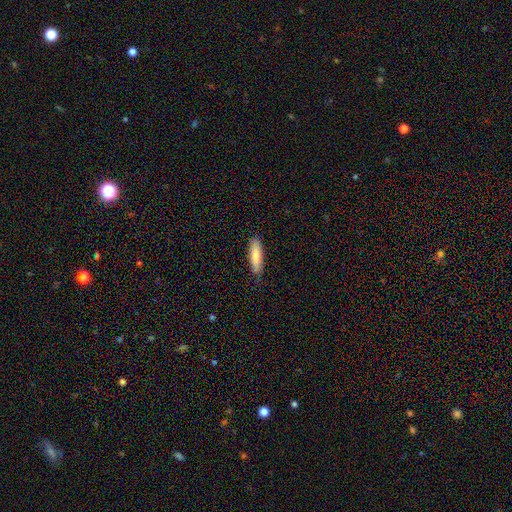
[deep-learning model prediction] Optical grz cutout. It shows a smooth galaxy with no disk features (83%) that is cigar-shaped (62%). Merging: none (83%).